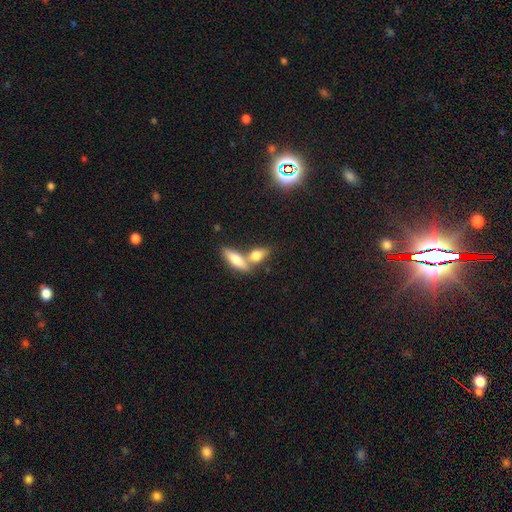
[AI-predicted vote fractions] A smooth galaxy with no disk features (72%) that is in between round and cigar-shaped (69%). Merging: merger (49%).